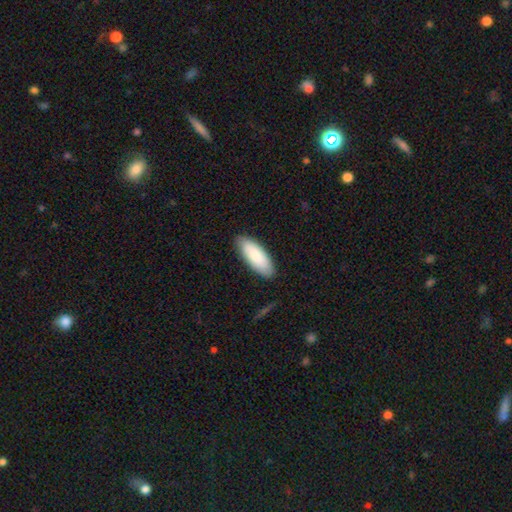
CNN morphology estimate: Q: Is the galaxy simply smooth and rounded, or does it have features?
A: smooth — 86%.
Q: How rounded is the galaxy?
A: in between — 77%.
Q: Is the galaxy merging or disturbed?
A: none — 87%.